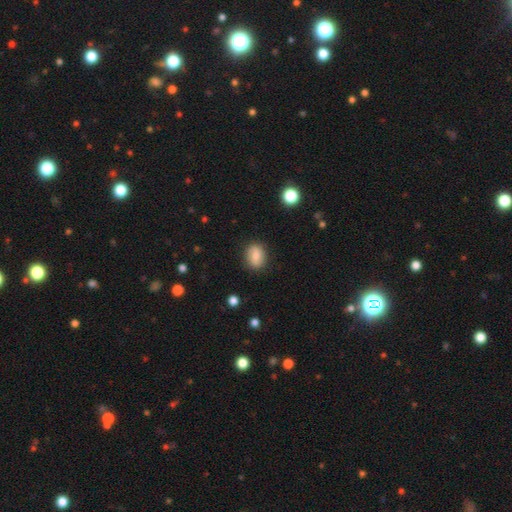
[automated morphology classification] smooth 76%, featured or disk 16%, star or artifact 8%. Down the decision tree: how rounded — in between (60%); merging — none (84%).